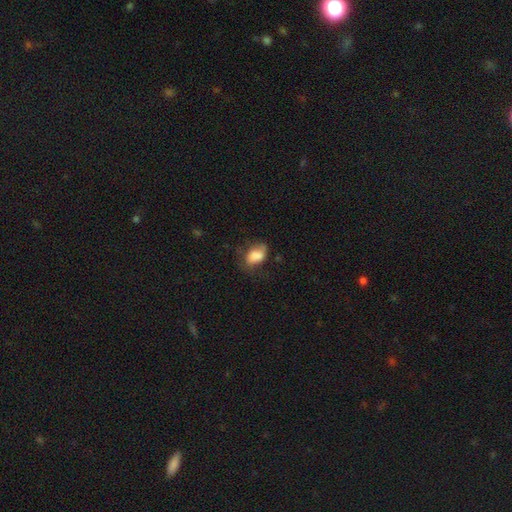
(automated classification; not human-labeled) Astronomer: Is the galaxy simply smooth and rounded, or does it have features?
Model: smooth — 78%.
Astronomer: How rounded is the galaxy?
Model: in between — 84%.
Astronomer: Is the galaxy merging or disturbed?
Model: none — 44% (runner-up: minor disturbance, 33%).